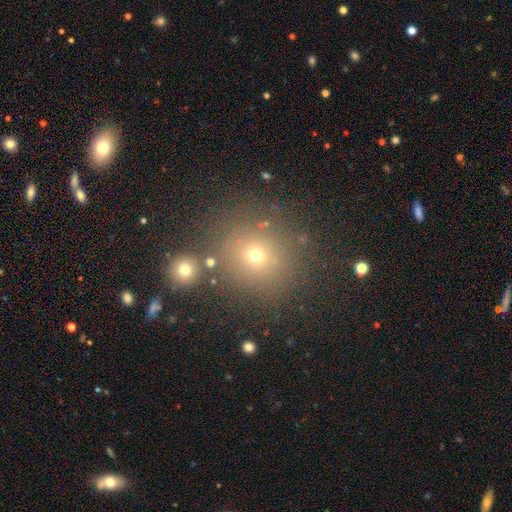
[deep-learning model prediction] This appears to be a smooth galaxy with no disk features (59%) that is round (87%). Merging: none (80%).